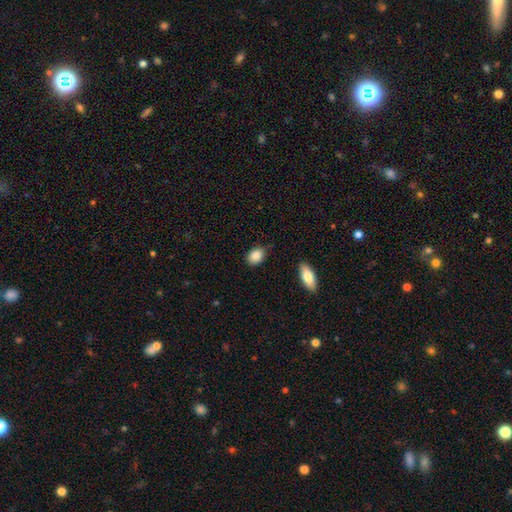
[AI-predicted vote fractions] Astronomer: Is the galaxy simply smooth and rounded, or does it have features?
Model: smooth — 87%.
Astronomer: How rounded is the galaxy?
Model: in between — 75%.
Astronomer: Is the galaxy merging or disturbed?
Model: none — 78%.